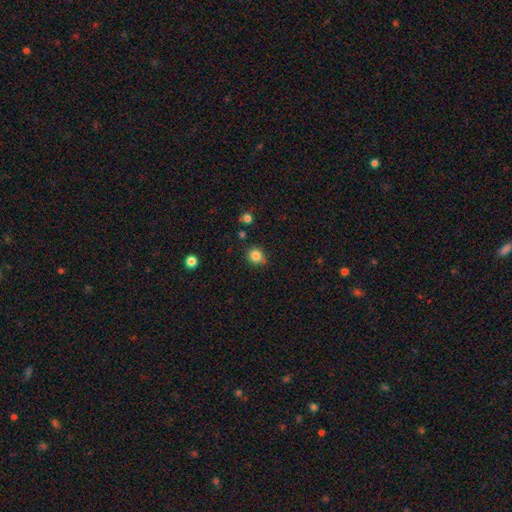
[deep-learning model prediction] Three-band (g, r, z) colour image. It shows a smooth galaxy with no disk features (83%) that is round (79%). Merging: none (74%).